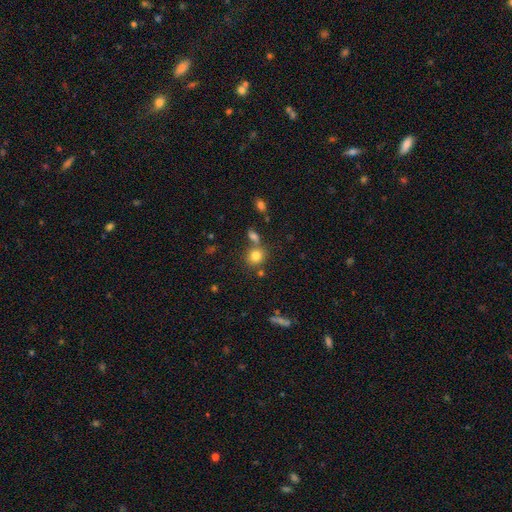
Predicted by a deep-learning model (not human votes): Morphology: type=smooth (79%); roundness=round (77%); merging=none (63%).